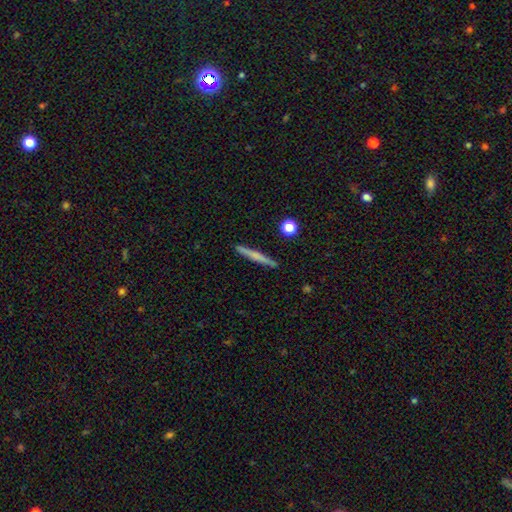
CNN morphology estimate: Smooth or featured? smooth (53%)
How rounded? cigar-shaped (95%)
Merging? none (91%)